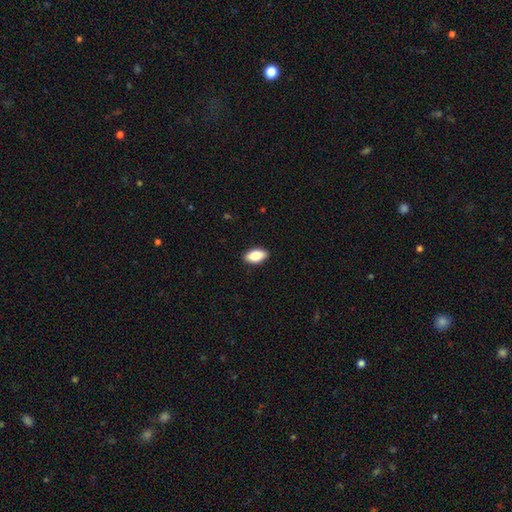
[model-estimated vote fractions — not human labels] This appears to be a smooth galaxy with no disk features (84%) that is in between round and cigar-shaped (92%). Merging: none (90%).